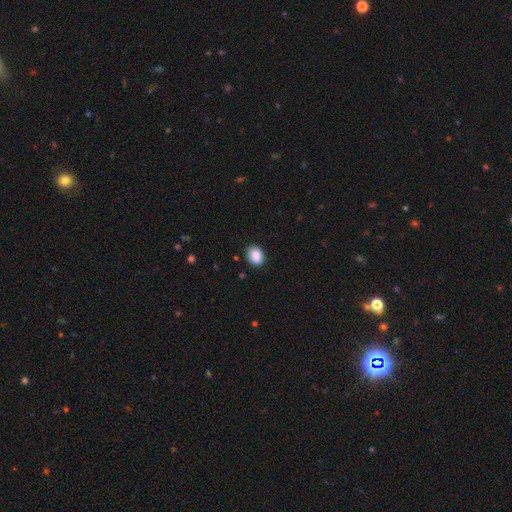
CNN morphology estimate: Smooth or featured?
  - smooth: 89% *
  - star or artifact: 8%
  - featured or disk: 3%
How rounded?
  - in between: 57% *
  - round: 42%
  - cigar-shaped: 1%
Merging?
  - none: 89% *
  - minor disturbance: 8%
  - major disturbance: 2%
  - merger: 1%